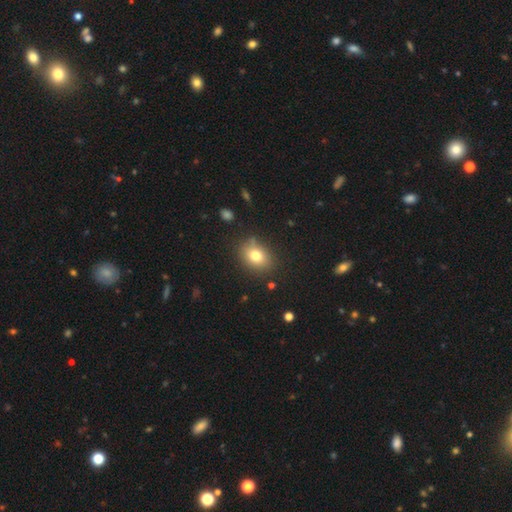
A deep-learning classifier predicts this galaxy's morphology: This appears to be a smooth galaxy with no disk features (76%) that is in between round and cigar-shaped (59%). Merging: none (81%).